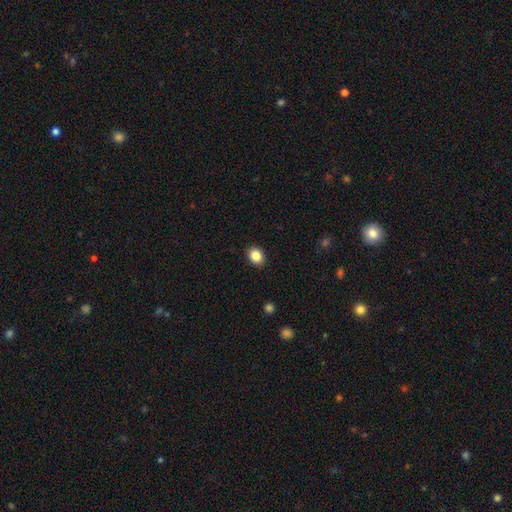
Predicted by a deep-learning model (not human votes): smooth 86%, star or artifact 9%, featured or disk 5%. Down the decision tree: how rounded — in between (59%); merging — none (91%).